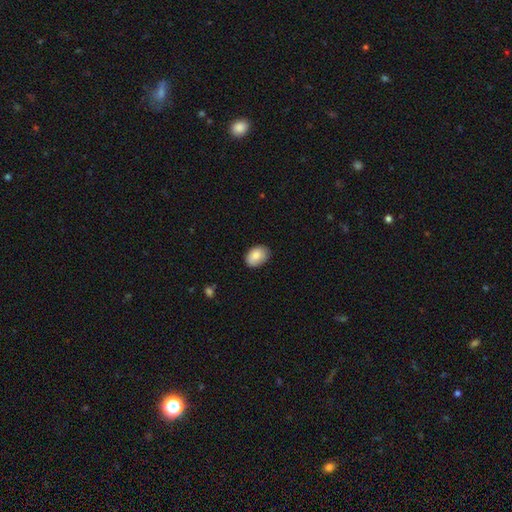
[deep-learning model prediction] Morphology: type=smooth (83%); roundness=in between (79%); merging=none (79%).